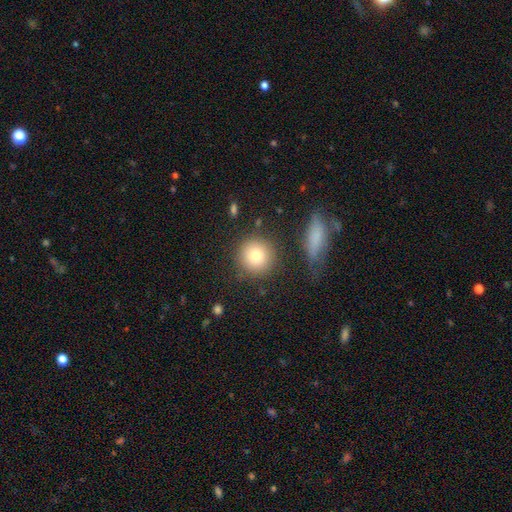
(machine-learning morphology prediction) type=smooth (79%); roundness=round (93%); merging=none (83%).